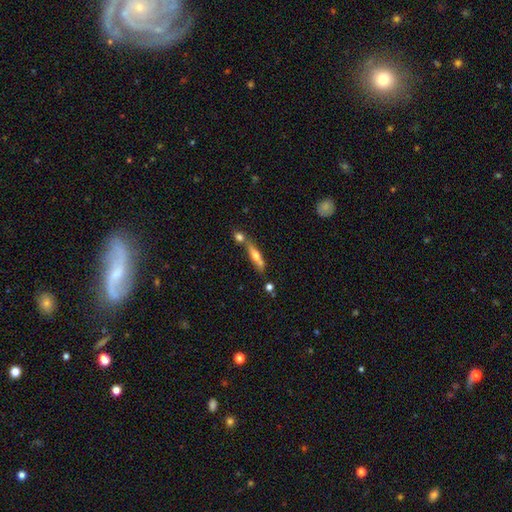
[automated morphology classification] smooth 51%, featured or disk 41%, star or artifact 8%. Down the decision tree: how rounded — cigar-shaped (71%); merging — none (43%).